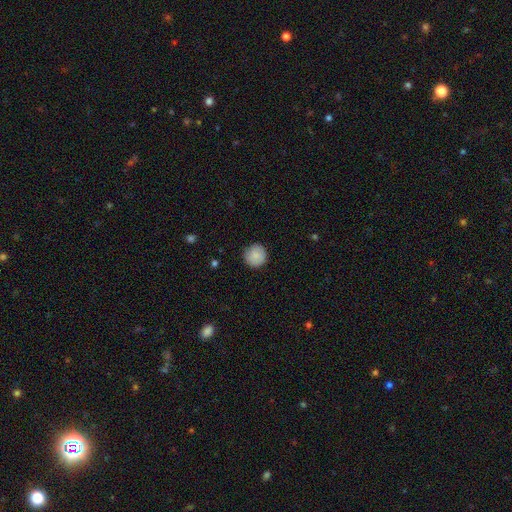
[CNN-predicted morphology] Smooth or featured: smooth — 87% (star or artifact — 7%)
How rounded: round — 95% (in between — 4%)
Merging: none — 90% (minor disturbance — 7%)